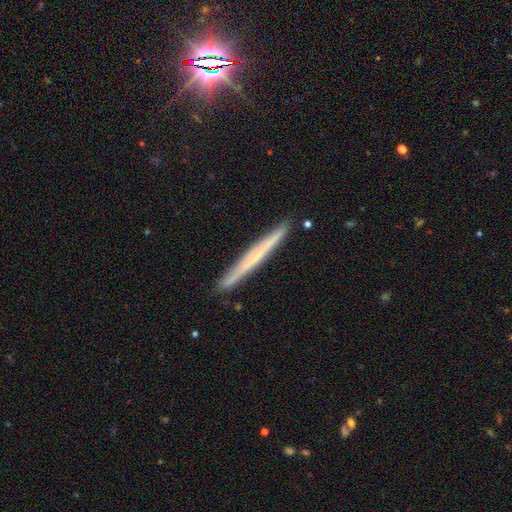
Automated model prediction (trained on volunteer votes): smooth_or_featured: featured or disk (p=0.53) [alt: smooth p=0.41]
disk_edge_on: yes (p=0.97) [alt: no p=0.03]
edge_on_bulge: none (p=0.76) [alt: rounded p=0.19]
merging: none (p=0.91) [alt: minor disturbance p=0.06]